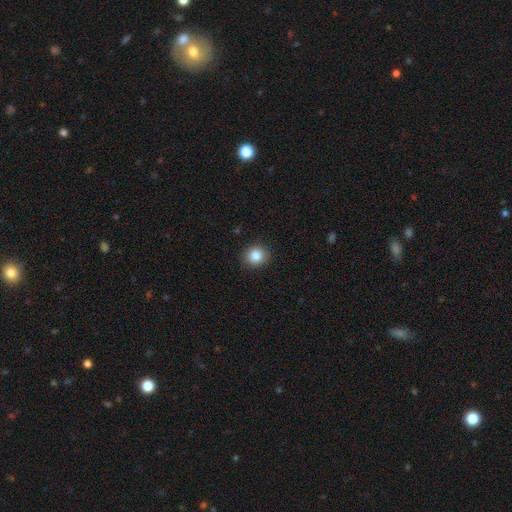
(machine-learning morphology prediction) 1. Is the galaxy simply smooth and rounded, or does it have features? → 83% smooth, 10% star or artifact, 7% featured or disk.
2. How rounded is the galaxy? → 85% round, 14% in between, 1% cigar-shaped.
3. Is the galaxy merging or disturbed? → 91% none, 6% minor disturbance, 2% major disturbance, 1% merger.